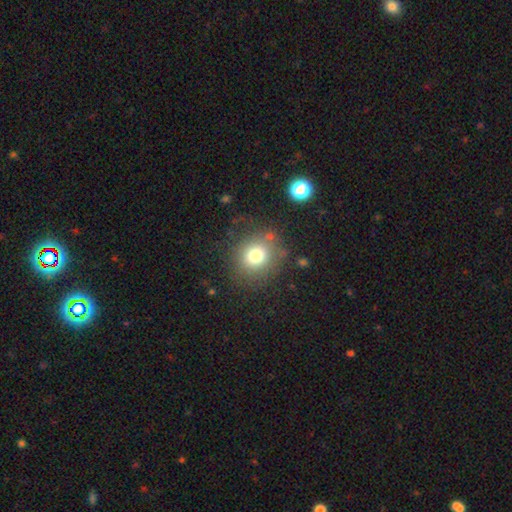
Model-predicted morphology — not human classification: Overall: smooth (76%). How rounded: round (81%). Merging: none (79%).